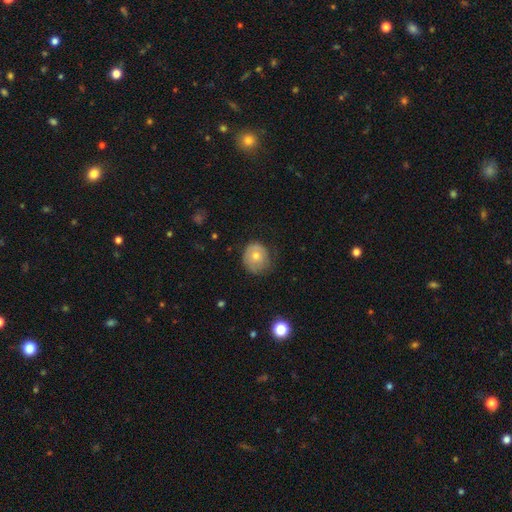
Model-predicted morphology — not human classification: A smooth galaxy with no disk features (63%) that is round (85%).

Vote fractions:
- Smooth or featured? smooth: 63% / featured or disk: 28% / star or artifact: 9%
- How rounded? round: 85% / in between: 14% / cigar-shaped: 1%
- Merging? none: 68% / minor disturbance: 24% / major disturbance: 7% / merger: 1%